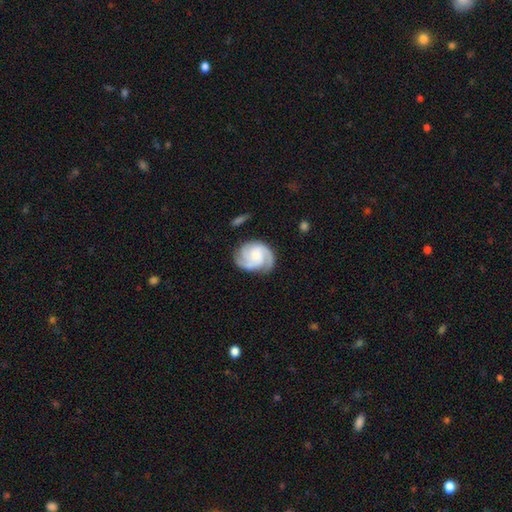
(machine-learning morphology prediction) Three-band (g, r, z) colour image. It shows a featured or disk galaxy (87%) with no bar (65%), 3 (59%) tight (53%) spiral arms (98%) and a small central bulge (33%). Merging: none (75%).